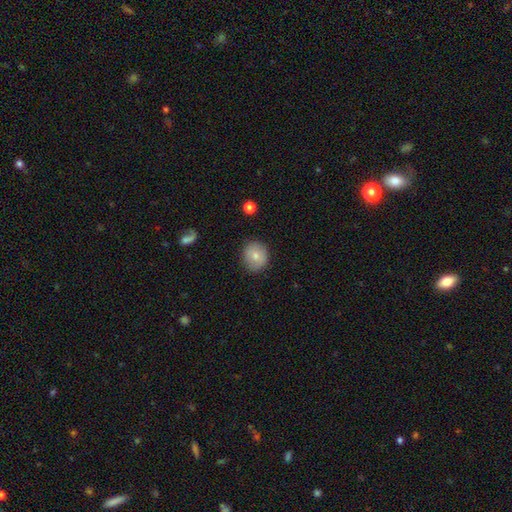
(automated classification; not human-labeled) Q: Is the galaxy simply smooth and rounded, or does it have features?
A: smooth — 78%.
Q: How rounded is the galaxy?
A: round — 80%.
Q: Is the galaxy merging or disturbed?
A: none — 85%.